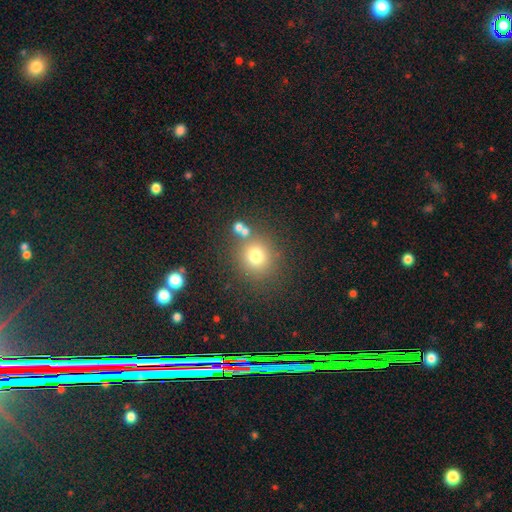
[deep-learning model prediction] Smooth or featured: smooth — 74% (star or artifact — 16%)
How rounded: round — 88% (in between — 11%)
Merging: none — 75% (merger — 10%)